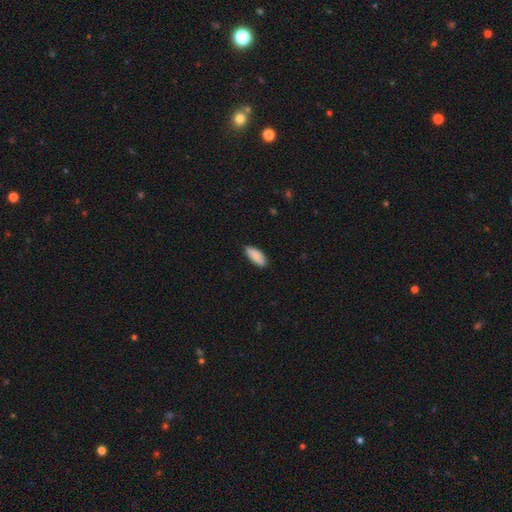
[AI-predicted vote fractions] Q: Smooth or featured?
A: smooth (87%); runner-up: featured or disk (7%)
Q: How rounded?
A: in between (80%); runner-up: cigar-shaped (18%)
Q: Merging?
A: none (86%); runner-up: minor disturbance (11%)